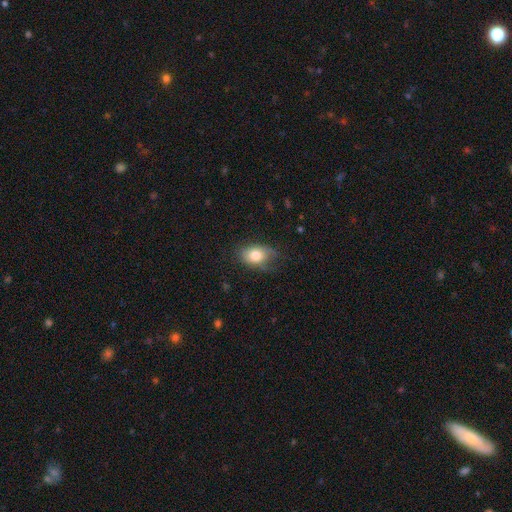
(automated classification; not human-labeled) smooth-or-featured: smooth: 78% | featured or disk: 13% | star or artifact: 8%
  how-rounded: in between: 82% | round: 16% | cigar-shaped: 2%
  merging: none: 59% | minor disturbance: 30% | major disturbance: 10% | merger: 2%